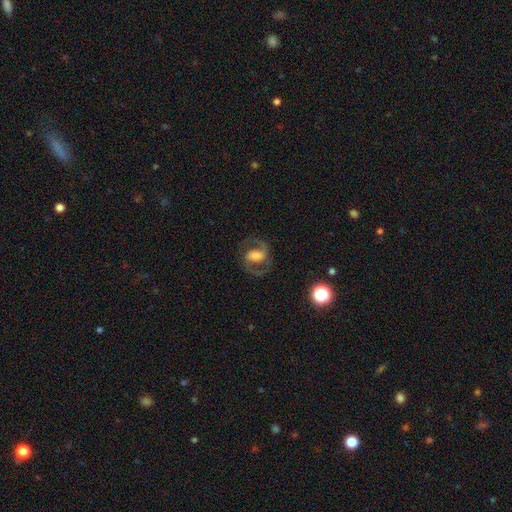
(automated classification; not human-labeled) Smooth or featured? Predicted: featured or disk (p=0.83). Edge-on disk? Predicted: no (p=0.97). Bar? Predicted: weak (p=0.43). Spiral arms? Predicted: yes (p=0.95). Spiral winding? Predicted: medium (p=0.63). Spiral arm count? Predicted: 2 (p=0.93). Bulge size? Predicted: moderate (p=0.44). Merging? Predicted: none (p=0.79).